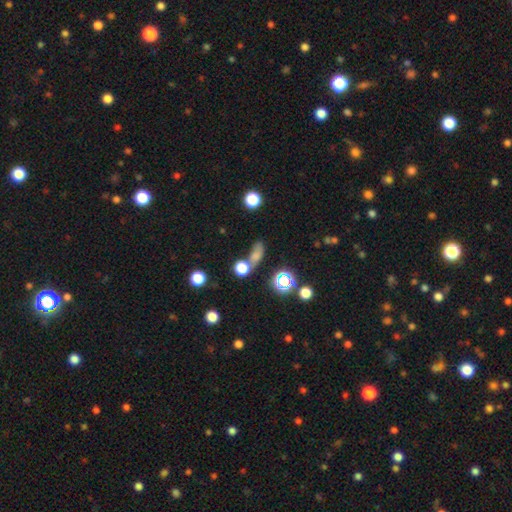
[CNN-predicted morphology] A smooth galaxy with no disk features (65%) that is in between round and cigar-shaped (54%).

Vote fractions:
- Smooth or featured? smooth: 65% / star or artifact: 23% / featured or disk: 12%
- How rounded? in between: 54% / round: 33% / cigar-shaped: 13%
- Merging? none: 42% / merger: 35% / minor disturbance: 13% / major disturbance: 10%